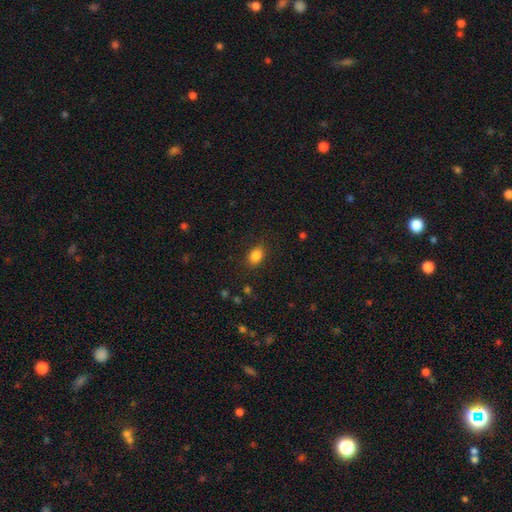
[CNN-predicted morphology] Smooth or featured?
  - smooth: 85% *
  - star or artifact: 10%
  - featured or disk: 5%
How rounded?
  - in between: 73% *
  - round: 25%
  - cigar-shaped: 2%
Merging?
  - none: 81% *
  - minor disturbance: 13%
  - major disturbance: 4%
  - merger: 1%